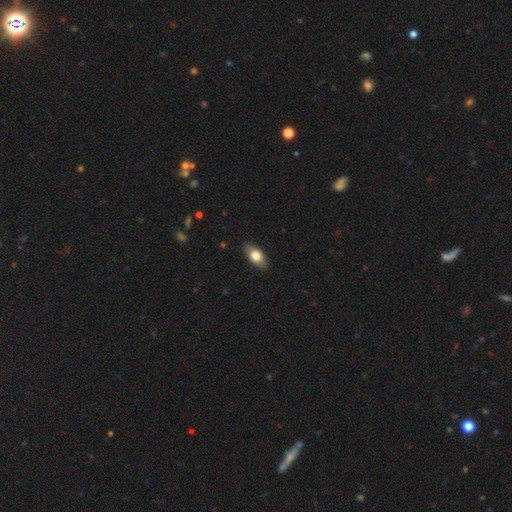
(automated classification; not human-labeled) Q: Smooth or featured?
A: smooth (74%); runner-up: featured or disk (20%)
Q: How rounded?
A: in between (87%); runner-up: cigar-shaped (8%)
Q: Merging?
A: none (85%); runner-up: minor disturbance (11%)